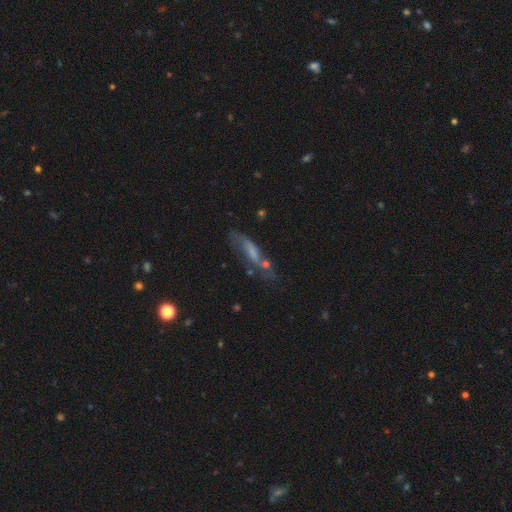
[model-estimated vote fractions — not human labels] Overall: featured or disk (47%; smooth 32%). Merging: none (51%; minor disturbance 21%).